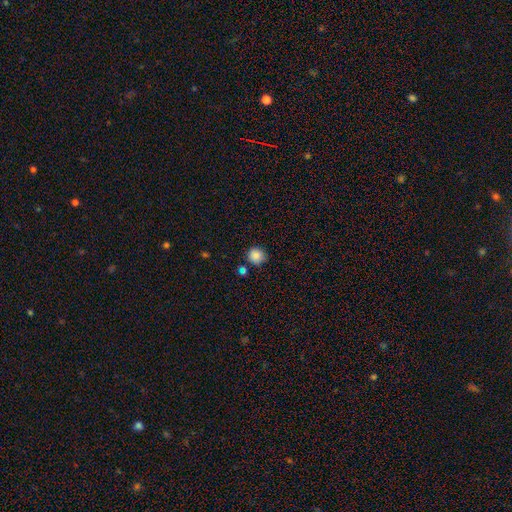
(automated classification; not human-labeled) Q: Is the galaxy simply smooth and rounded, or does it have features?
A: smooth — 86%.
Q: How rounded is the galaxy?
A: round — 88%.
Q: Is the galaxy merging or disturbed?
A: none — 74%.